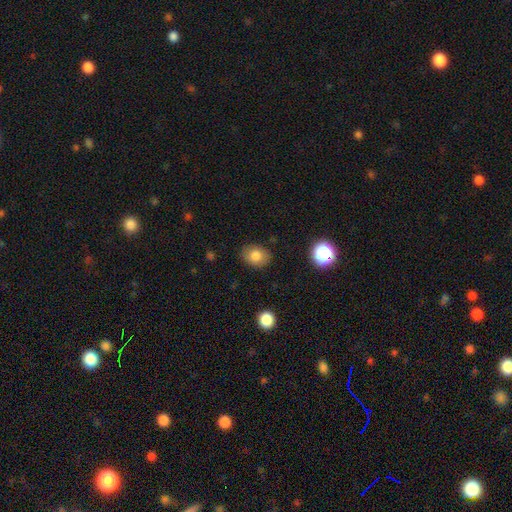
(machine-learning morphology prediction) The model was most divided on "how rounded": in between: 59%, round: 40%, cigar-shaped: 1%. More confident: merging — none (83%); smooth or featured — smooth (79%).